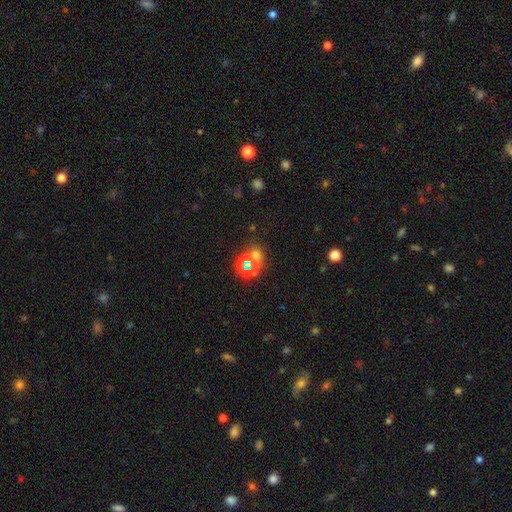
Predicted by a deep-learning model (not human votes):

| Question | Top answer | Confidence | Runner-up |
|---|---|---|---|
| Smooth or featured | star or artifact | 51% | smooth (39%) |